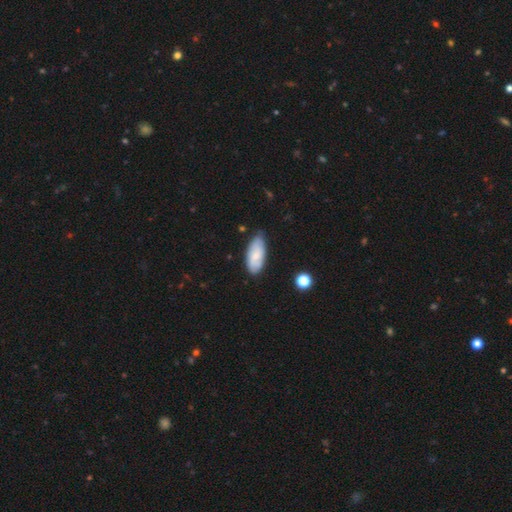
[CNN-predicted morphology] type=smooth (59%); roundness=in between (88%); merging=none (67%).